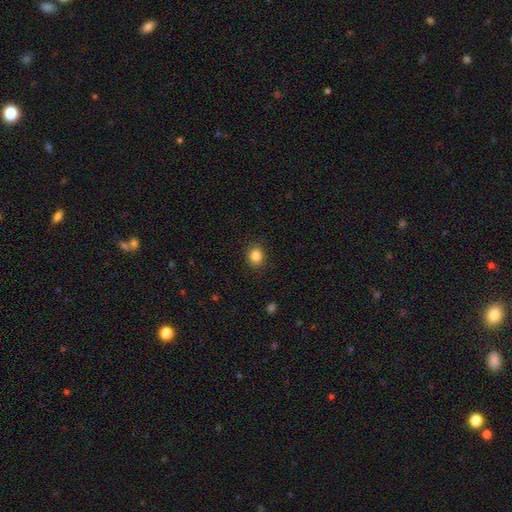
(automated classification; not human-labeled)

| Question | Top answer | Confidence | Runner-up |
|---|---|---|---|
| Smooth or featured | smooth | 85% | star or artifact (10%) |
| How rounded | round | 70% | in between (29%) |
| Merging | none | 89% | minor disturbance (8%) |